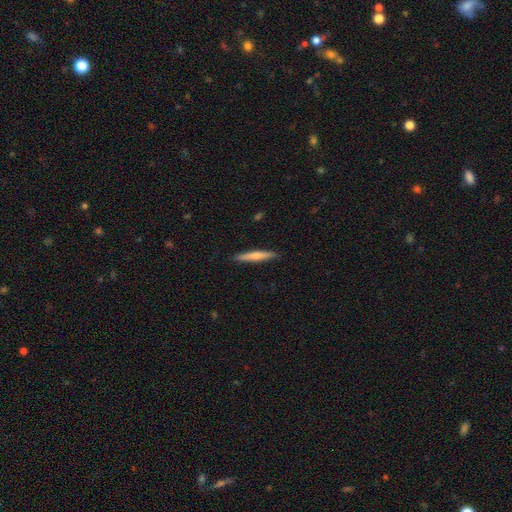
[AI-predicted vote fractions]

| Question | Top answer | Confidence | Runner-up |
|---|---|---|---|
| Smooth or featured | smooth | 61% | featured or disk (34%) |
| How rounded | cigar-shaped | 94% | in between (4%) |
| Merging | none | 90% | minor disturbance (7%) |